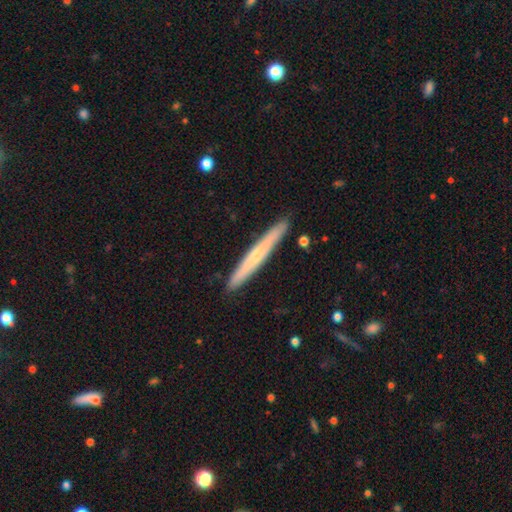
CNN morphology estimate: Smooth or featured? featured or disk (48%)
Merging? none (91%)